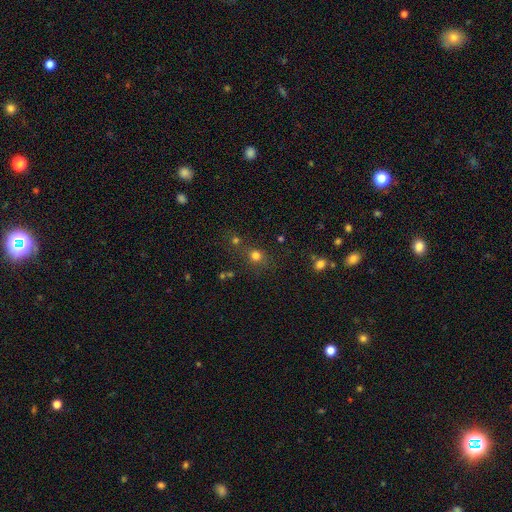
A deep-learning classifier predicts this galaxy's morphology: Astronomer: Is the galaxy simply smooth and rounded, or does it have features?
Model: smooth — 72%.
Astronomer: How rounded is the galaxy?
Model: round — 83%.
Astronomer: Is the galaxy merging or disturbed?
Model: none — 66%.